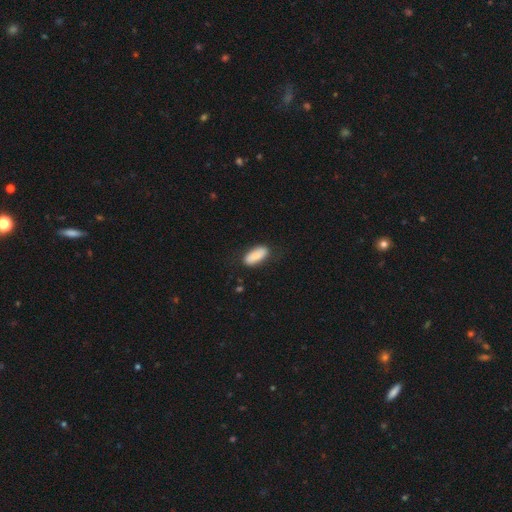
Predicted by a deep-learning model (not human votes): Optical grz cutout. It shows a smooth galaxy with no disk features (81%) that is in between round and cigar-shaped (83%). Merging: none (79%).